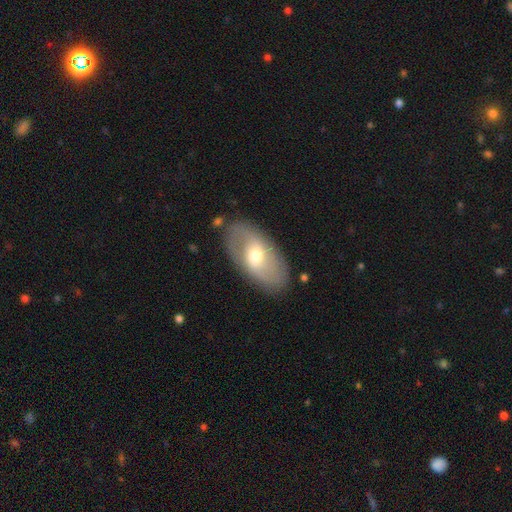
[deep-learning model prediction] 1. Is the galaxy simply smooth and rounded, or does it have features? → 55% featured or disk, 38% smooth, 6% star or artifact.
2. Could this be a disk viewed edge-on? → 91% no, 9% yes.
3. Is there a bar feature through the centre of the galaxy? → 44% weak, 41% no, 15% strong.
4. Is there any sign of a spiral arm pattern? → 63% yes, 37% no.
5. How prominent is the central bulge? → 58% moderate, 33% small, 6% large, 1% dominant, 1% none.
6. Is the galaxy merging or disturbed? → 80% none, 13% minor disturbance, 5% major disturbance, 2% merger.